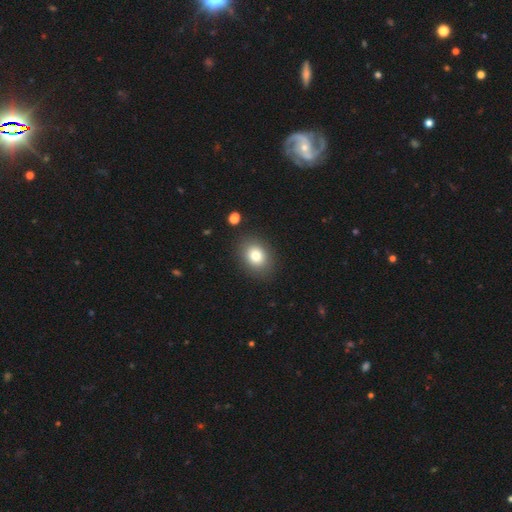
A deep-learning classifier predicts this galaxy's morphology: Smooth or featured: smooth — 80% (star or artifact — 10%)
How rounded: in between — 53% (round — 46%)
Merging: none — 86% (minor disturbance — 9%)